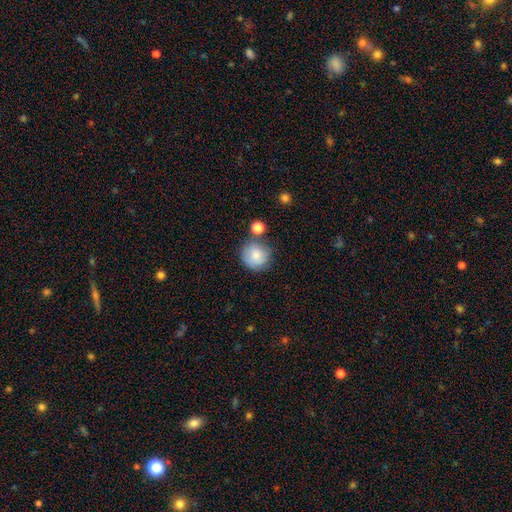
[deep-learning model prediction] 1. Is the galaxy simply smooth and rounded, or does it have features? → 80% smooth, 11% featured or disk, 8% star or artifact.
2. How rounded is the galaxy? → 91% round, 8% in between, 1% cigar-shaped.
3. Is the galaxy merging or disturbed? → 67% none, 17% minor disturbance, 11% merger, 5% major disturbance.